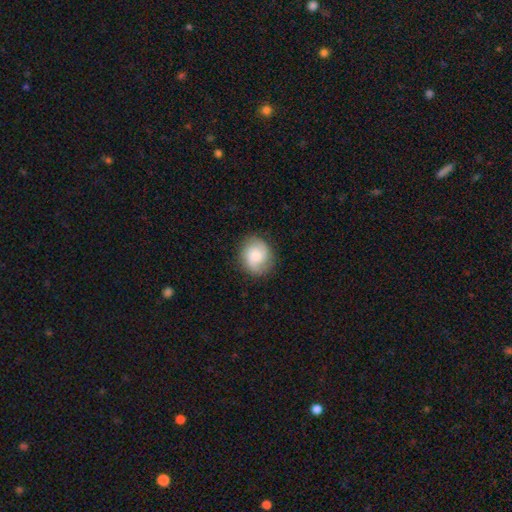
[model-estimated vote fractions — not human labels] This appears to be a smooth galaxy with no disk features (55%) that is round (74%). Merging: none (84%).